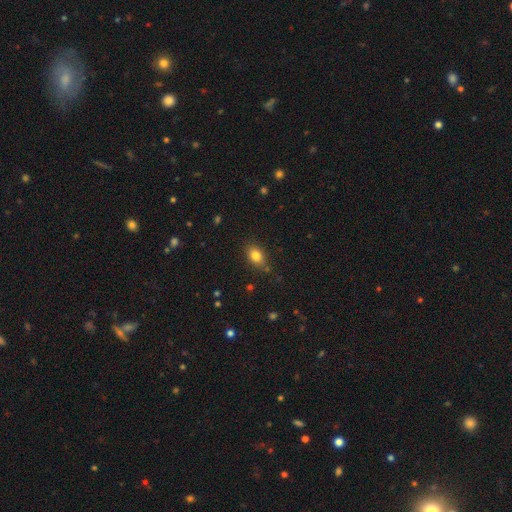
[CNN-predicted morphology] Smooth or featured: smooth — 81% (star or artifact — 10%)
How rounded: in between — 74% (round — 24%)
Merging: none — 76% (minor disturbance — 18%)